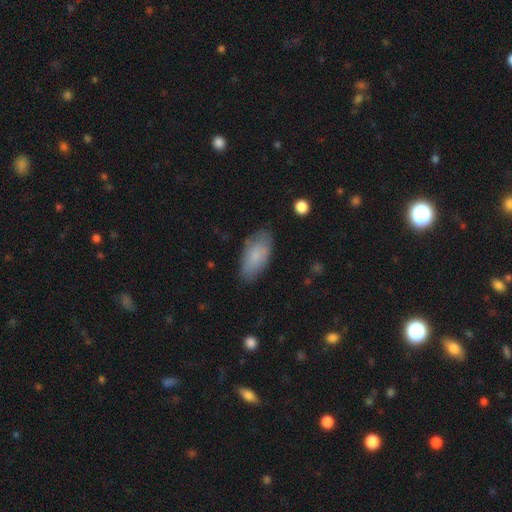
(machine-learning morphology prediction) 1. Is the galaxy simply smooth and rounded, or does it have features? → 81% smooth, 13% featured or disk, 6% star or artifact.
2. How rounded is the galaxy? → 89% in between, 9% cigar-shaped, 2% round.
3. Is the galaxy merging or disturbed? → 78% none, 17% minor disturbance, 4% major disturbance, 1% merger.